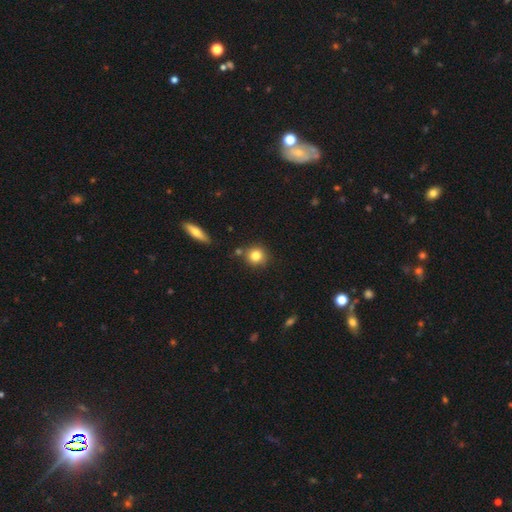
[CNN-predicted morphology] A smooth galaxy with no disk features (81%) that is round (91%). Merging: none (79%).